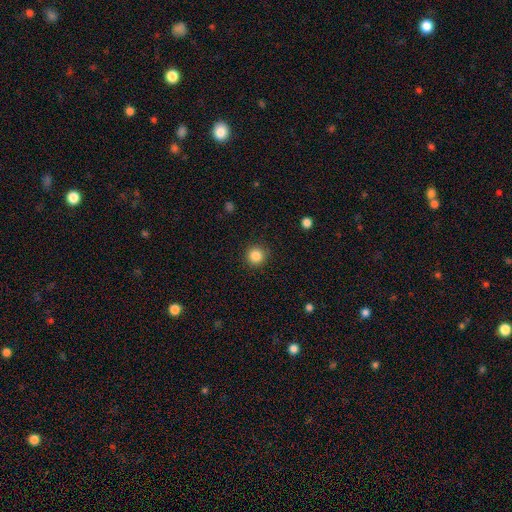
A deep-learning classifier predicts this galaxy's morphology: The model was most divided on "smooth or featured": smooth: 85%, star or artifact: 11%, featured or disk: 4%. More confident: how rounded — round (95%); merging — none (91%).